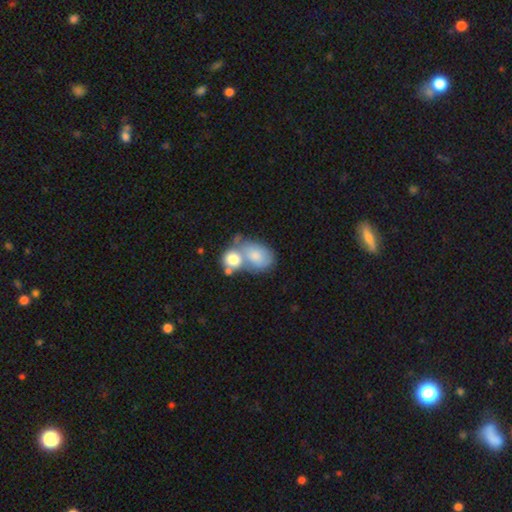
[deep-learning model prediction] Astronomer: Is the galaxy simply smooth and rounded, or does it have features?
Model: smooth — 73%.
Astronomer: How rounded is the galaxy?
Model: in between — 71%.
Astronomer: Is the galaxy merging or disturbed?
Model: merger — 61%.